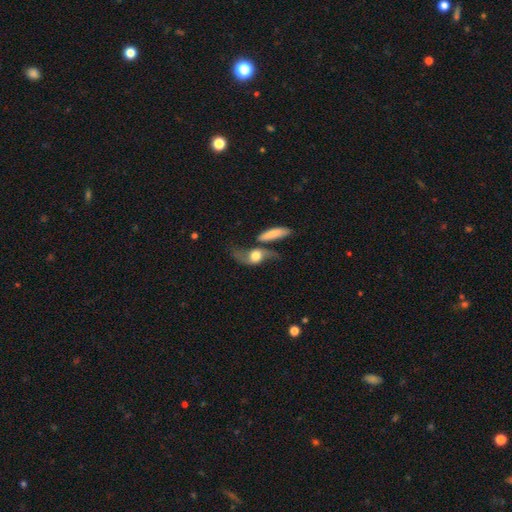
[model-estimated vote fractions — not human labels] smooth-or-featured: featured or disk: 63% | smooth: 30% | star or artifact: 8%
  disk-edge-on: no: 82% | yes: 18%
    bar: no: 66% | weak: 25% | strong: 9%
    has-spiral-arms: yes: 83% | no: 17%
    bulge-size: moderate: 42% | large: 40% | small: 8% | dominant: 6% | none: 4%
  merging: none: 37% | merger: 28% | major disturbance: 19% | minor disturbance: 16%